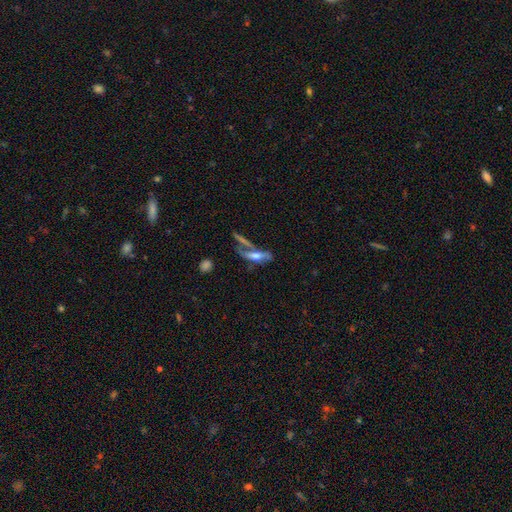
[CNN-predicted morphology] smooth-or-featured: featured or disk: 49% | smooth: 42% | star or artifact: 9%
  merging: none: 38% | merger: 29% | major disturbance: 17% | minor disturbance: 16%